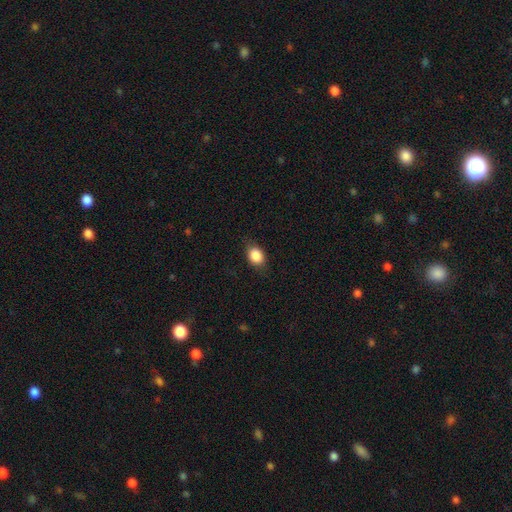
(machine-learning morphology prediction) A smooth galaxy with no disk features (85%) that is in between round and cigar-shaped (64%). Merging: none (79%).